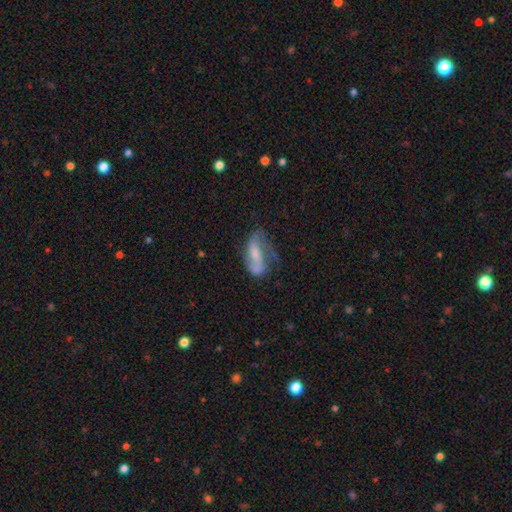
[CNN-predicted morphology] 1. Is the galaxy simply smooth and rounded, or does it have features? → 64% featured or disk, 28% smooth, 8% star or artifact.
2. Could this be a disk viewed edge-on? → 92% no, 8% yes.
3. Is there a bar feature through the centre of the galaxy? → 44% no, 37% weak, 19% strong.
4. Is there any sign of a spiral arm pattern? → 81% yes, 19% no.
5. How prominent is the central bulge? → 38% small (tied), 38% moderate (tied), 16% none, 6% large, 2% dominant.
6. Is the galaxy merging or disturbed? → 43% none, 26% minor disturbance, 25% major disturbance, 6% merger.